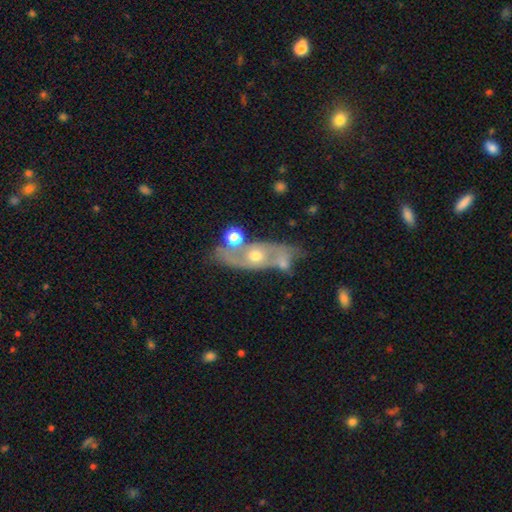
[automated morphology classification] Smooth or featured: featured or disk — 69% (smooth — 24%)
Edge-on disk: no — 84% (yes — 16%)
Bar: no — 79% (weak — 16%)
Spiral arms: yes — 61% (no — 39%)
Bulge size: moderate — 59% (small — 34%)
Merging: none — 48% (merger — 22%)